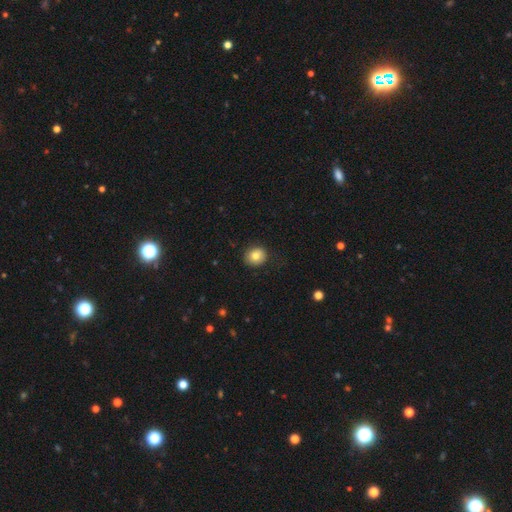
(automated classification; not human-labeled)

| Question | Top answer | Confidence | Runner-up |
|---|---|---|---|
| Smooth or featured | smooth | 81% | featured or disk (10%) |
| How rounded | round | 78% | in between (21%) |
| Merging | none | 86% | minor disturbance (10%) |